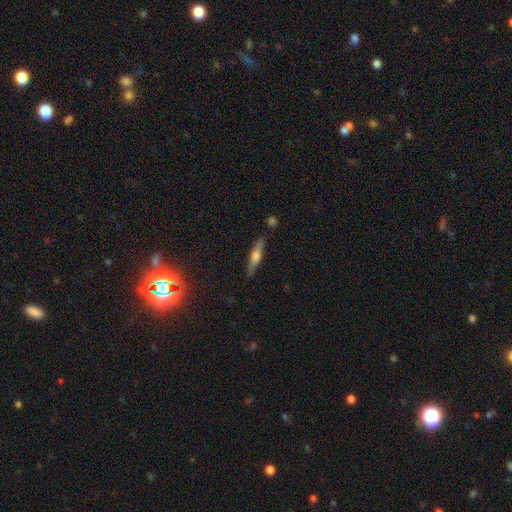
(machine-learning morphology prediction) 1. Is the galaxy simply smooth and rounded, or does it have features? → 51% featured or disk, 42% smooth, 7% star or artifact.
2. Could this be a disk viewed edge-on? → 94% yes, 6% no.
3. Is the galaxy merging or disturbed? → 86% none, 9% minor disturbance, 2% merger, 2% major disturbance.